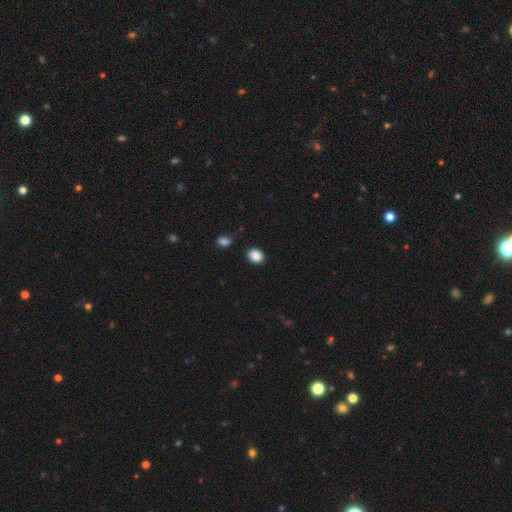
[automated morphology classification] smooth 88%, star or artifact 9%, featured or disk 3%. Down the decision tree: how rounded — in between (52%); merging — none (87%).